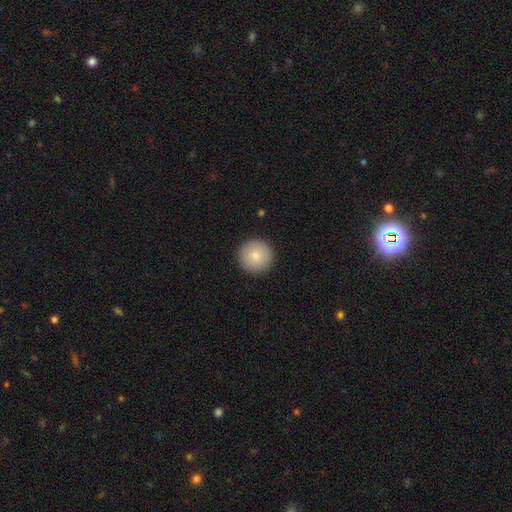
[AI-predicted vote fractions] Smooth or featured? Predicted: smooth (p=0.83). How rounded? Predicted: round (p=0.96). Merging? Predicted: none (p=0.92).